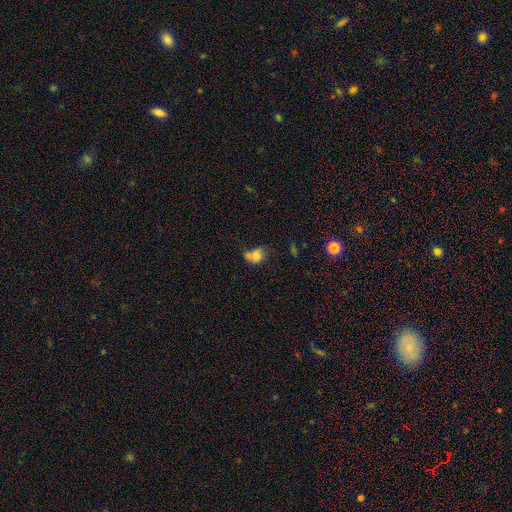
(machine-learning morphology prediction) This appears to be a smooth galaxy with no disk features (70%) that is in between round and cigar-shaped (59%). Merging: merger (30%).